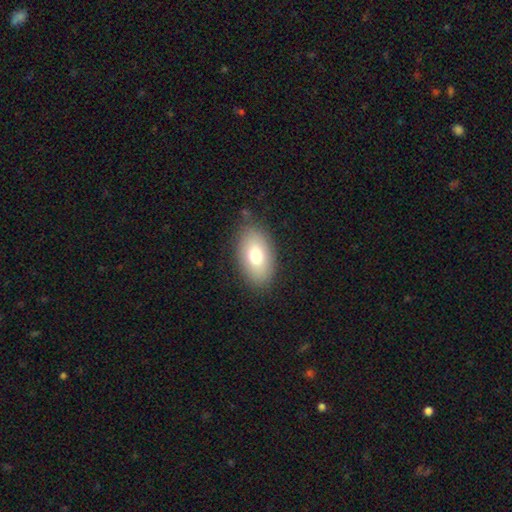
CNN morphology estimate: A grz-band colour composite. It shows a smooth galaxy with no disk features (74%) that is in between round and cigar-shaped (90%). Merging: none (83%).